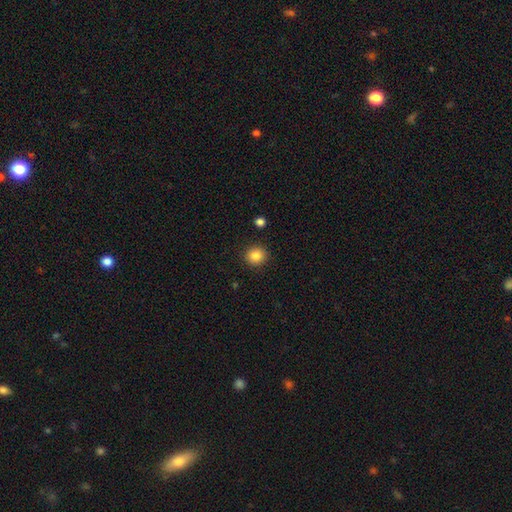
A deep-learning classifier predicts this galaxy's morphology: A smooth galaxy with no disk features (85%) that is round (87%).

Vote fractions:
- Smooth or featured? smooth: 85% / star or artifact: 10% / featured or disk: 5%
- How rounded? round: 87% / in between: 12% / cigar-shaped: 1%
- Merging? none: 91% / minor disturbance: 6% / major disturbance: 2% / merger: 2%